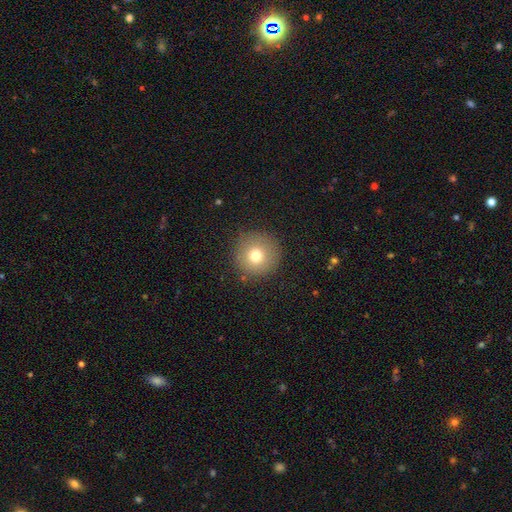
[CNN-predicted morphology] Q: Smooth or featured?
A: smooth (75%); runner-up: featured or disk (13%)
Q: How rounded?
A: round (96%); runner-up: in between (3%)
Q: Merging?
A: none (87%); runner-up: minor disturbance (8%)